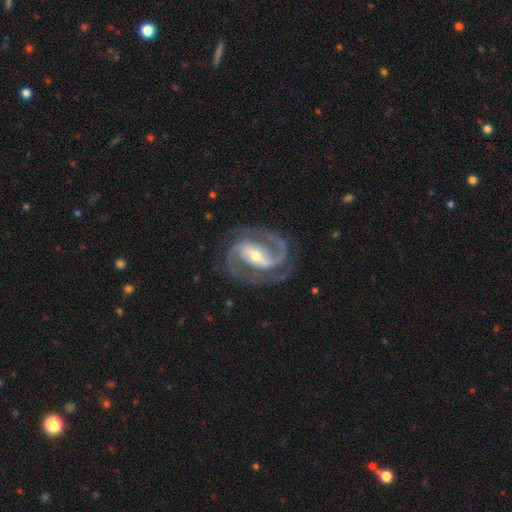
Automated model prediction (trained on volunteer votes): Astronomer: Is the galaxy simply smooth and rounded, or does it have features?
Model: featured or disk — 94%.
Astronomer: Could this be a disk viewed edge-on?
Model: no — 98%.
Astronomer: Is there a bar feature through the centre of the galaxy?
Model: strong — 53% (runner-up: weak, 34%).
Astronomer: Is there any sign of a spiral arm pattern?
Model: yes — 99%.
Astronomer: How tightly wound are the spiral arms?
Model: medium — 60%.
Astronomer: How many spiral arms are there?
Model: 2 — 92%.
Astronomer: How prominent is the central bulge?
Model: moderate — 52% (runner-up: small, 43%).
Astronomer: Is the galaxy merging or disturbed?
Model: none — 83%.